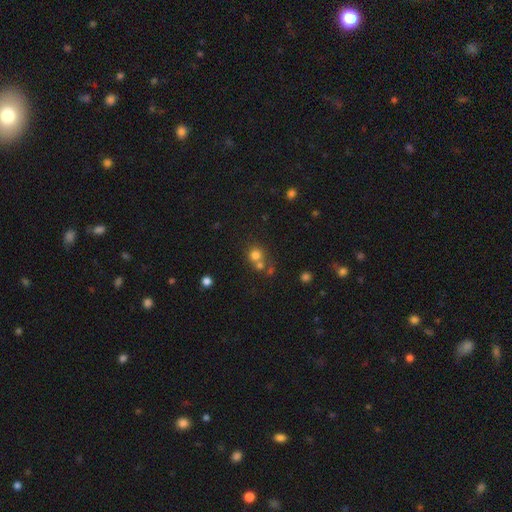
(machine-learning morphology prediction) The model was most divided on "merging": none: 48%, merger: 41%, minor disturbance: 7%, major disturbance: 4%. More confident: how rounded — round (87%); smooth or featured — smooth (74%).